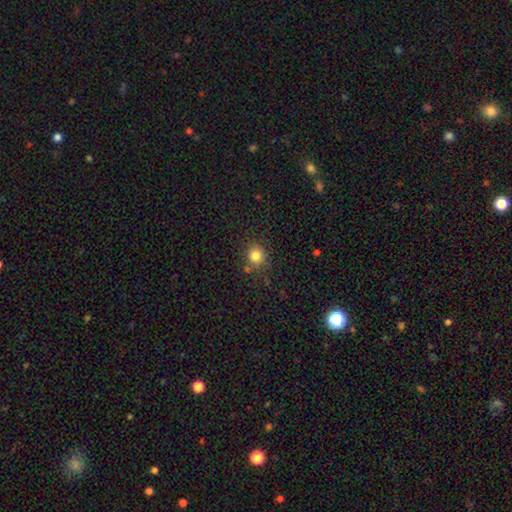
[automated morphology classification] This appears to be a smooth galaxy with no disk features (81%) that is round (88%). Merging: none (77%).